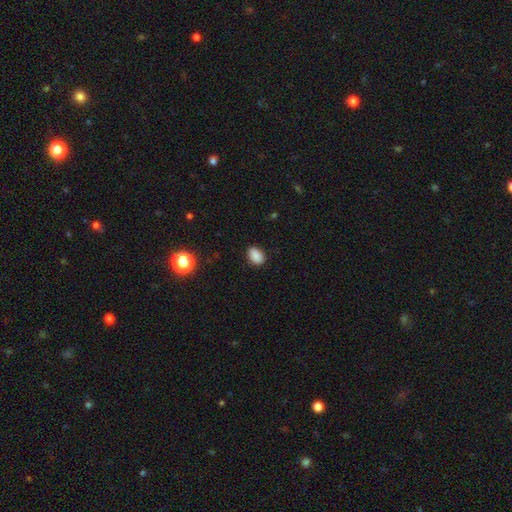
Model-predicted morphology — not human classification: A smooth galaxy with no disk features (87%) that is in between round and cigar-shaped (83%).

Vote fractions:
- Smooth or featured? smooth: 87% / star or artifact: 10% / featured or disk: 3%
- How rounded? in between: 83% / round: 15% / cigar-shaped: 1%
- Merging? none: 87% / minor disturbance: 10% / major disturbance: 2% / merger: 1%